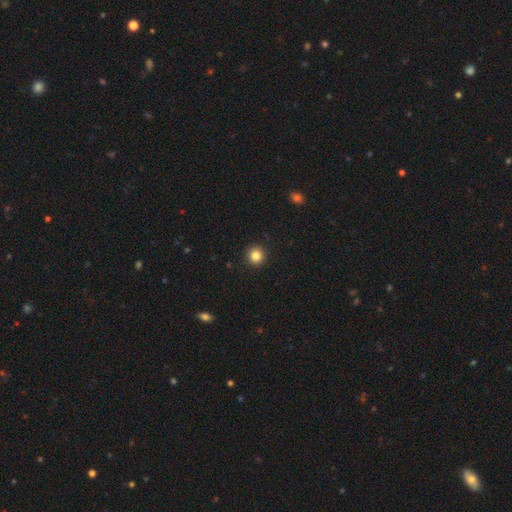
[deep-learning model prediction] A smooth galaxy with no disk features (84%) that is round (95%).

Vote fractions:
- Smooth or featured? smooth: 84% / star or artifact: 11% / featured or disk: 5%
- How rounded? round: 95% / in between: 4% / cigar-shaped: 1%
- Merging? none: 93% / minor disturbance: 5% / major disturbance: 2% / merger: 1%